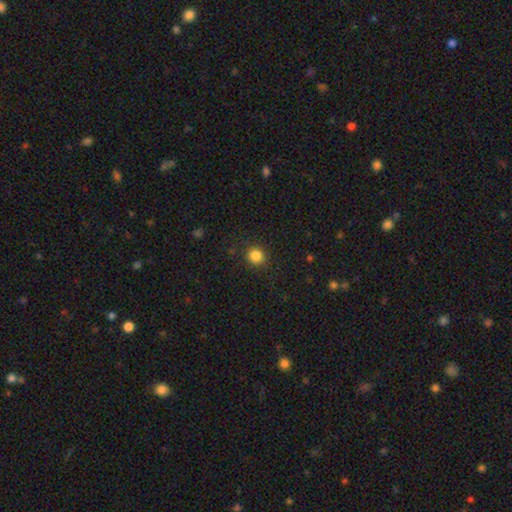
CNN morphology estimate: Smooth or featured? Predicted: smooth (p=0.85). How rounded? Predicted: round (p=0.88). Merging? Predicted: none (p=0.90).